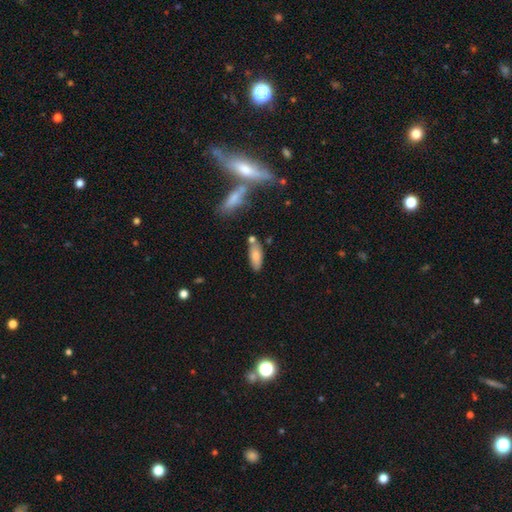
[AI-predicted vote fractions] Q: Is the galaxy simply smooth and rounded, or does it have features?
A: smooth — 80%.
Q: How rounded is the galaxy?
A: in between — 76%.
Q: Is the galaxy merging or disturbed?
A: none — 68%.